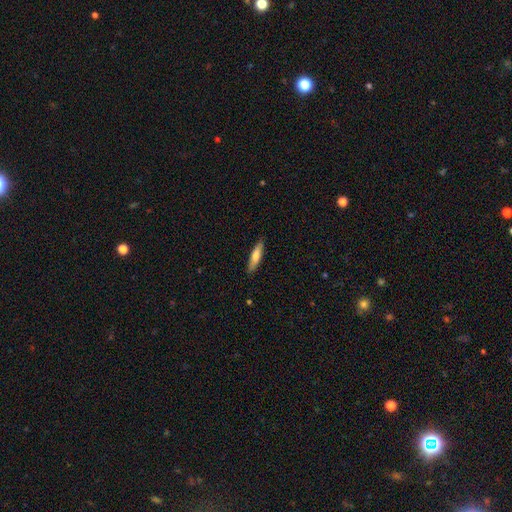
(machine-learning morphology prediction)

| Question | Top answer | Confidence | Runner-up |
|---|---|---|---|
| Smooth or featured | smooth | 73% | featured or disk (21%) |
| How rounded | cigar-shaped | 76% | in between (23%) |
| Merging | none | 87% | minor disturbance (10%) |